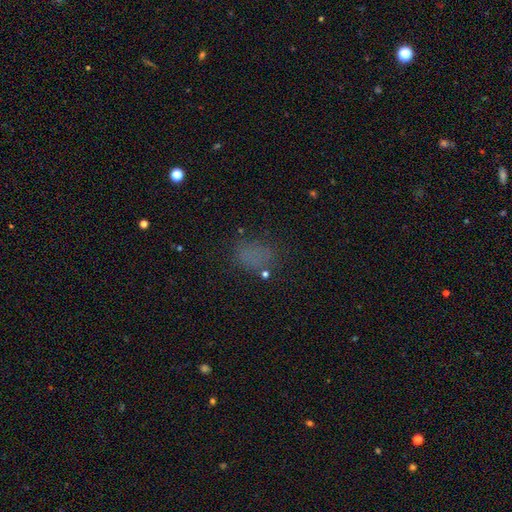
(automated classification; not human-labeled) Smooth or featured?
  - smooth: 65% *
  - star or artifact: 25%
  - featured or disk: 10%
How rounded?
  - in between: 67% *
  - round: 30%
  - cigar-shaped: 2%
Merging?
  - none: 69% *
  - minor disturbance: 17%
  - major disturbance: 10%
  - merger: 4%